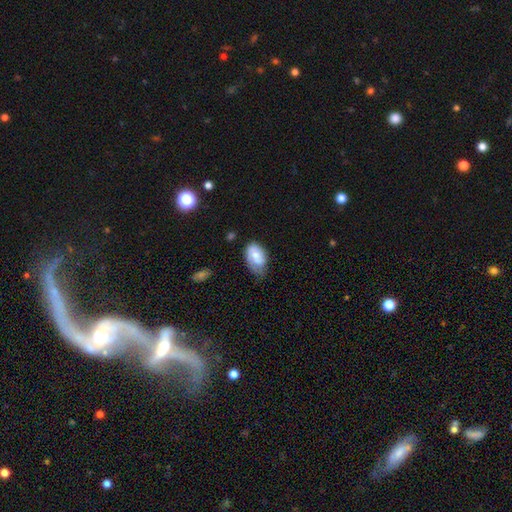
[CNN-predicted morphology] The model was most divided on "merging": none: 47%, minor disturbance: 38%, major disturbance: 13%, merger: 2%. More confident: how rounded — in between (90%); smooth or featured — smooth (55%).